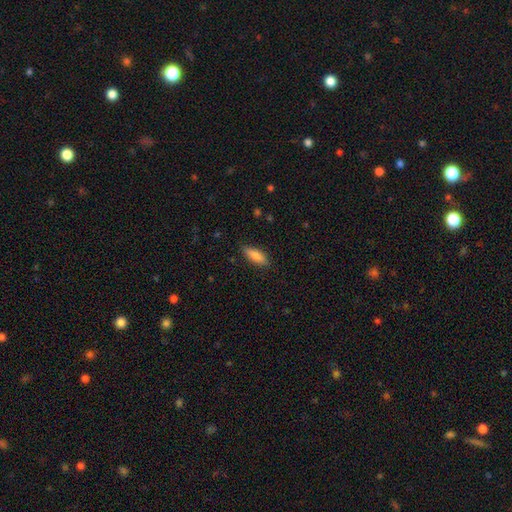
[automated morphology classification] smooth-or-featured: smooth: 85% | featured or disk: 8% | star or artifact: 6%
  how-rounded: in between: 62% | cigar-shaped: 36% | round: 2%
  merging: none: 86% | minor disturbance: 11% | major disturbance: 2% | merger: 1%